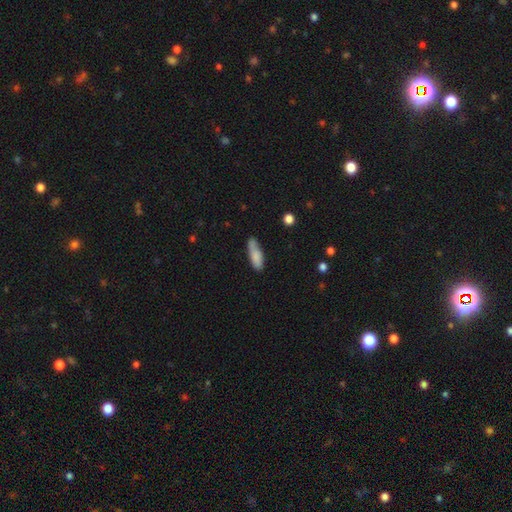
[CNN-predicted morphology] Smooth or featured?
  - smooth: 80% *
  - featured or disk: 13%
  - star or artifact: 7%
How rounded?
  - in between: 54% *
  - cigar-shaped: 44%
  - round: 2%
Merging?
  - none: 60% *
  - minor disturbance: 28%
  - major disturbance: 6%
  - merger: 6%